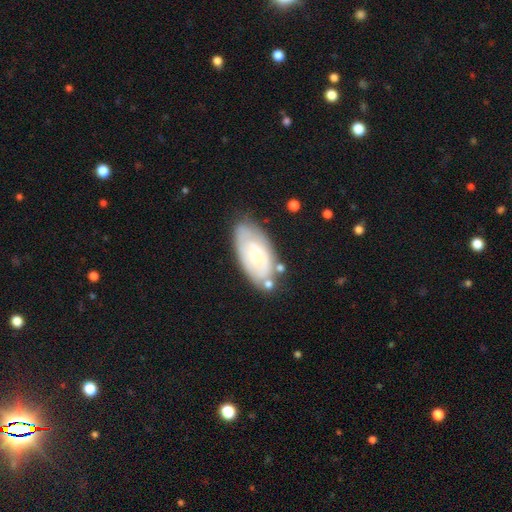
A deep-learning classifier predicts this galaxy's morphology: smooth_or_featured: featured or disk (p=0.55) [alt: smooth p=0.38]
disk_edge_on: no (p=0.91) [alt: yes p=0.09]
bar: no (p=0.76) [alt: weak p=0.21]
has_spiral_arms: yes (p=0.63) [alt: no p=0.37]
bulge_size: small (p=0.58) [alt: moderate p=0.37]
merging: none (p=0.65) [alt: minor disturbance p=0.22]